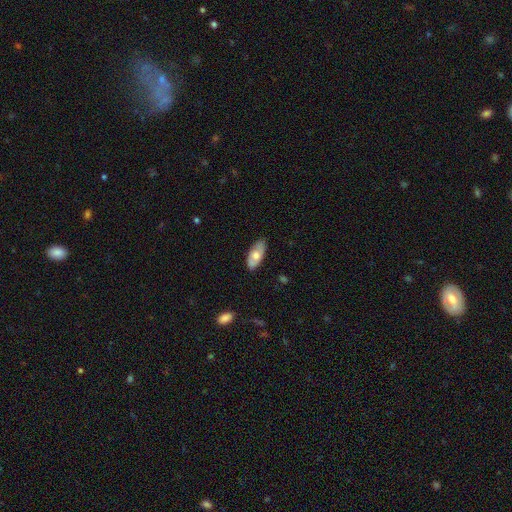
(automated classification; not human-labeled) smooth-or-featured: smooth: 60% | featured or disk: 34% | star or artifact: 6%
  how-rounded: in between: 88% | cigar-shaped: 10% | round: 3%
  merging: none: 83% | minor disturbance: 13% | major disturbance: 2% | merger: 1%